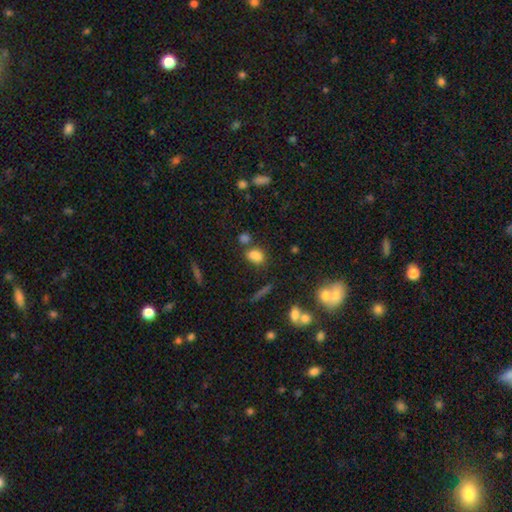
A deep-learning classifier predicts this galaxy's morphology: type=smooth (77%); roundness=in between (64%); merging=none (58%).